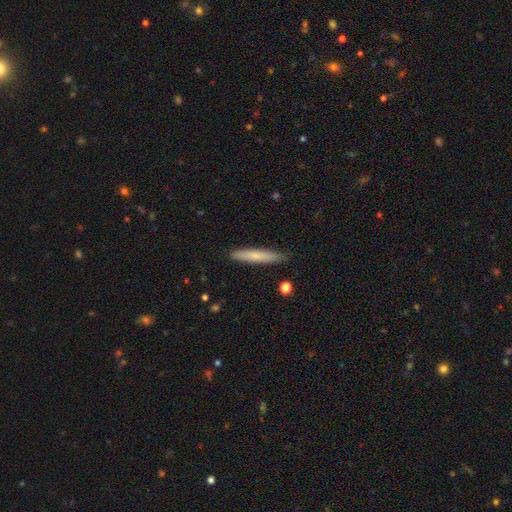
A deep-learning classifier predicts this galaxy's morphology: This is likely a smooth galaxy (72%). How rounded: clearly cigar-shaped (93%). Merging: clearly none (88%).